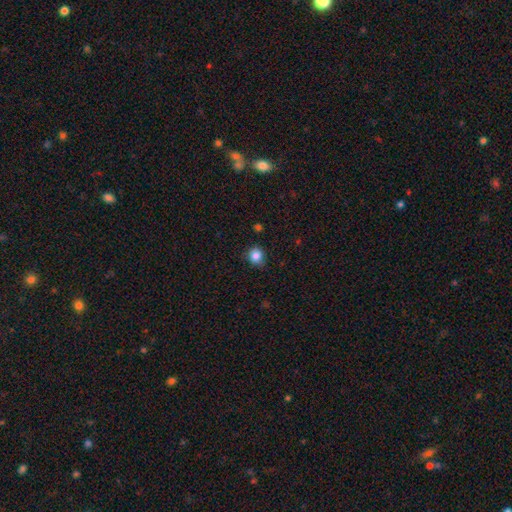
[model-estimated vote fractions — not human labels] Q: Smooth or featured?
A: smooth (84%); runner-up: star or artifact (11%)
Q: How rounded?
A: round (82%); runner-up: in between (17%)
Q: Merging?
A: none (80%); runner-up: minor disturbance (16%)